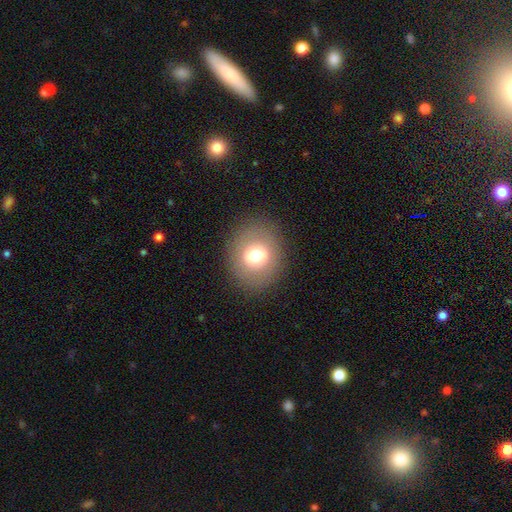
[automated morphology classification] Smooth or featured? smooth (71%)
How rounded? round (71%)
Merging? none (87%)